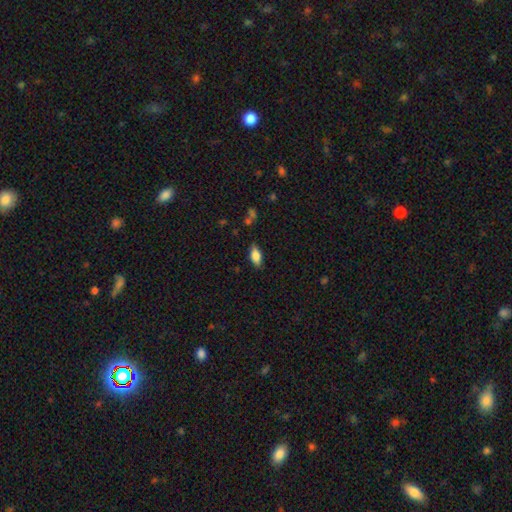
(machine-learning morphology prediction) Q: Smooth or featured?
A: smooth (80%); runner-up: featured or disk (12%)
Q: How rounded?
A: in between (87%); runner-up: cigar-shaped (10%)
Q: Merging?
A: none (82%); runner-up: minor disturbance (13%)